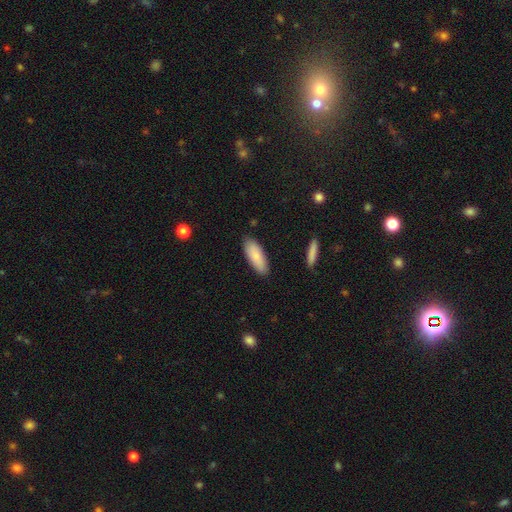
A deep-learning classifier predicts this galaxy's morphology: Smooth or featured? Predicted: smooth (p=0.82). How rounded? Predicted: in between (p=0.72). Merging? Predicted: none (p=0.86).